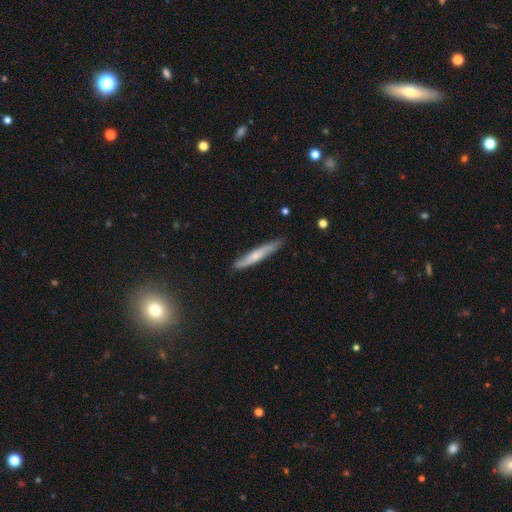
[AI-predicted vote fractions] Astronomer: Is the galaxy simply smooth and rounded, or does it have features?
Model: smooth — 55% (runner-up: featured or disk, 39%).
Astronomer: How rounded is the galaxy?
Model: cigar-shaped — 93%.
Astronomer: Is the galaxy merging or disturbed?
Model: none — 81%.